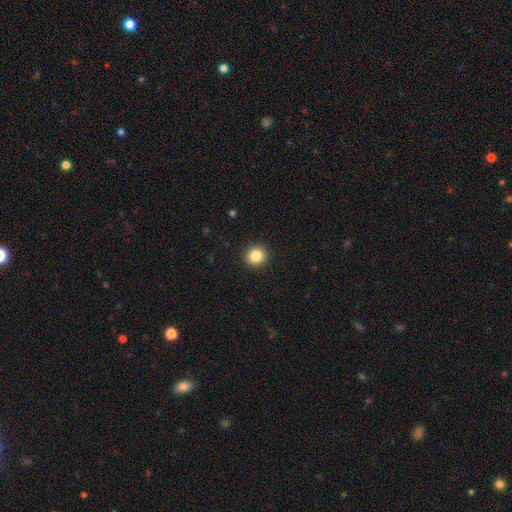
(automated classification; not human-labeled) smooth 86%, star or artifact 10%, featured or disk 4%. Down the decision tree: how rounded — round (91%); merging — none (92%).